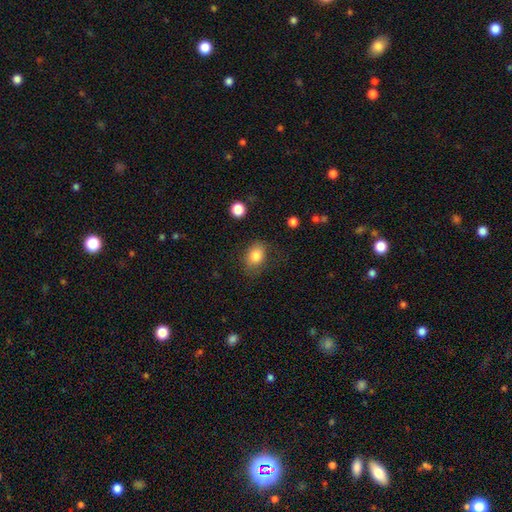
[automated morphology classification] A smooth galaxy with no disk features (83%) that is in between round and cigar-shaped (69%).

Vote fractions:
- Smooth or featured? smooth: 83% / star or artifact: 9% / featured or disk: 8%
- How rounded? in between: 69% / round: 29% / cigar-shaped: 1%
- Merging? none: 73% / minor disturbance: 19% / major disturbance: 7% / merger: 2%